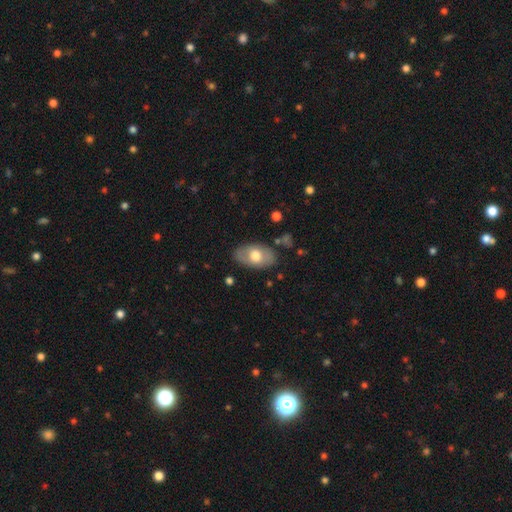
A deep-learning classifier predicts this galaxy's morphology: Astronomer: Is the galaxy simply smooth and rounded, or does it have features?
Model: smooth — 61%.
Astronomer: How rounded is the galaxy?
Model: in between — 91%.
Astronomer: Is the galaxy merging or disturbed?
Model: none — 81%.